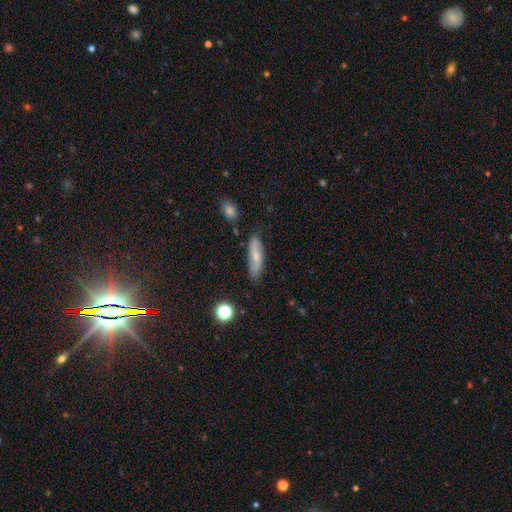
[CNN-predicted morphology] Smooth or featured: smooth — 54% (featured or disk — 38%)
How rounded: cigar-shaped — 60% (in between — 37%)
Merging: none — 78% (minor disturbance — 17%)